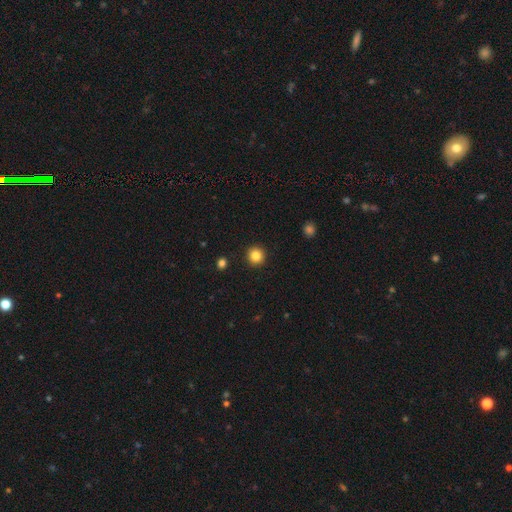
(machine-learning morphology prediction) type=smooth (85%); roundness=round (95%); merging=none (93%).